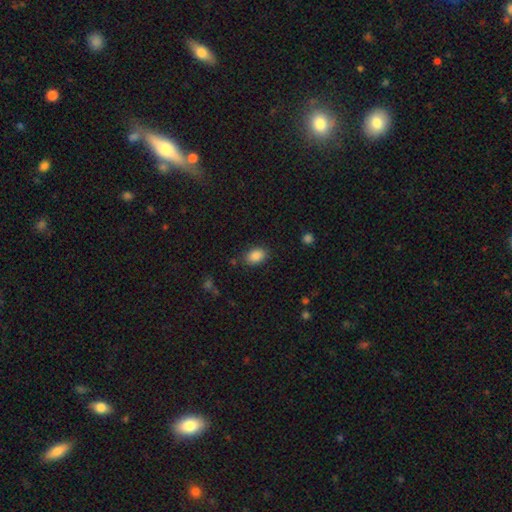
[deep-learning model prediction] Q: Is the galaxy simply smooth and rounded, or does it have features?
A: smooth — 88%.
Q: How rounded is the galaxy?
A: in between — 84%.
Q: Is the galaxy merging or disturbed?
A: none — 83%.